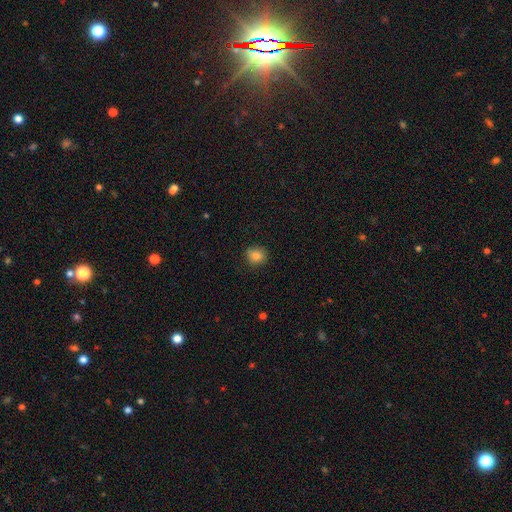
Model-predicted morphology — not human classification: This is clearly a smooth galaxy (84%). How rounded: likely round (79%). Merging: clearly none (86%).